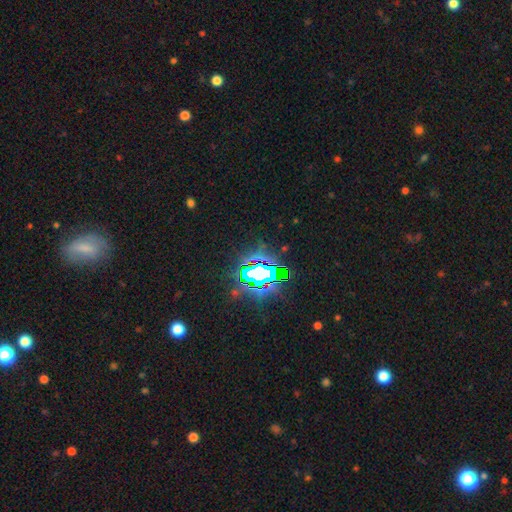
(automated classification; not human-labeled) Smooth or featured?
  - star or artifact: 82% *
  - smooth: 10%
  - featured or disk: 8%